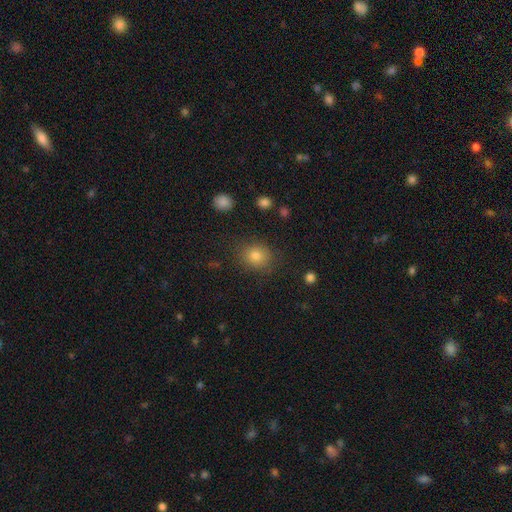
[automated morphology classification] Smooth or featured? smooth (79%)
How rounded? round (72%)
Merging? none (85%)